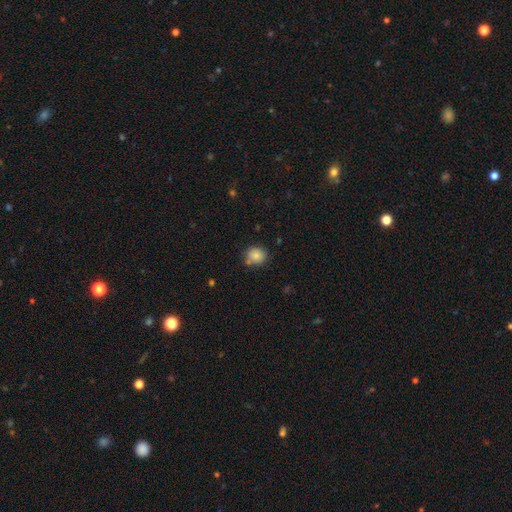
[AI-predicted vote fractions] smooth_or_featured: smooth (p=0.84) [alt: star or artifact p=0.10]
how_rounded: round (p=0.82) [alt: in between p=0.17]
merging: none (p=0.75) [alt: minor disturbance p=0.16]